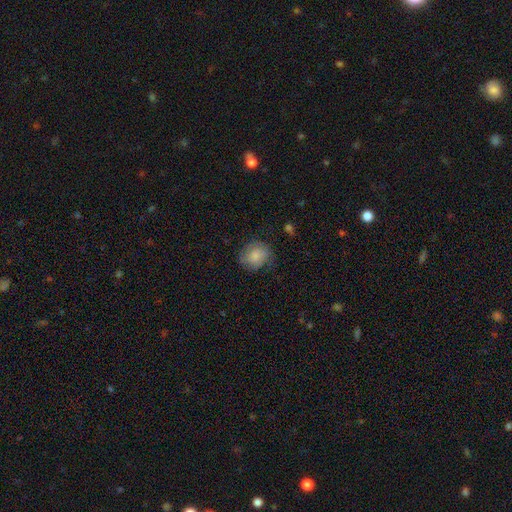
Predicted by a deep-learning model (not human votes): smooth-or-featured: smooth: 78% | featured or disk: 14% | star or artifact: 7%
  how-rounded: round: 73% | in between: 26% | cigar-shaped: 1%
  merging: none: 69% | minor disturbance: 22% | major disturbance: 7% | merger: 1%